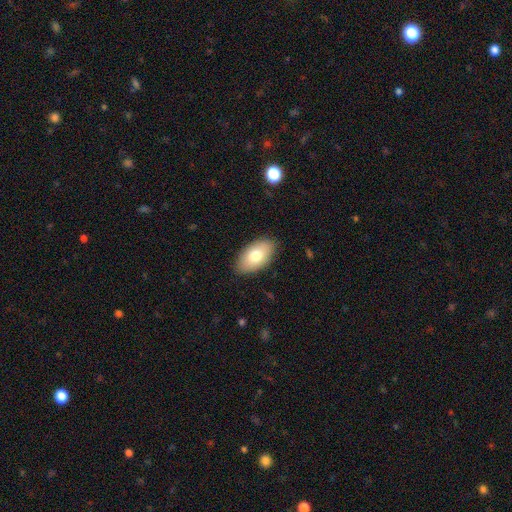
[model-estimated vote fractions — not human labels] This is likely a smooth galaxy (75%). How rounded: clearly in between (94%). Merging: clearly none (86%).